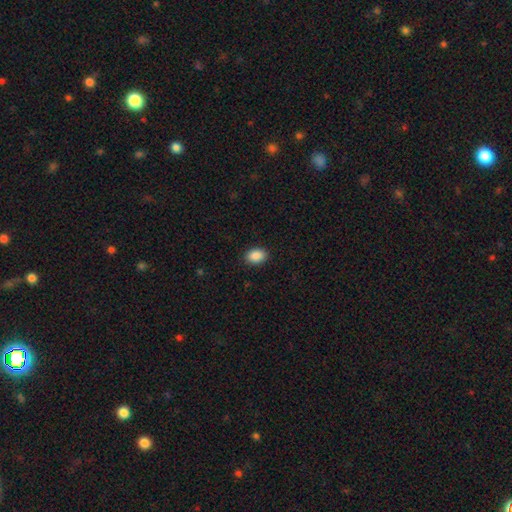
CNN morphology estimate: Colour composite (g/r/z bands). It shows a smooth galaxy with no disk features (89%) that is in between round and cigar-shaped (76%). Merging: none (89%).